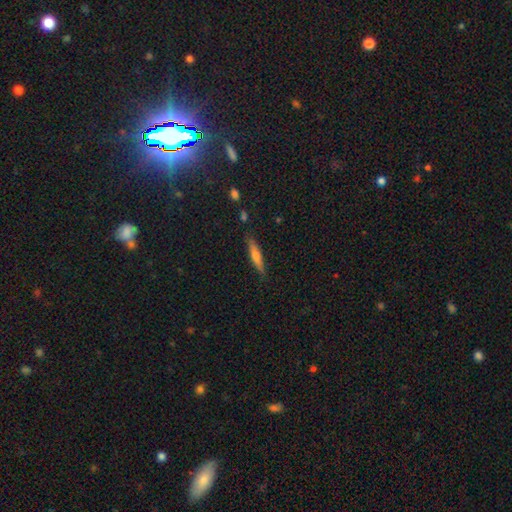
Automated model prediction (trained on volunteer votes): The model was most divided on "smooth or featured": smooth: 46%, featured or disk: 45%, star or artifact: 9%. More confident: merging — none (87%).